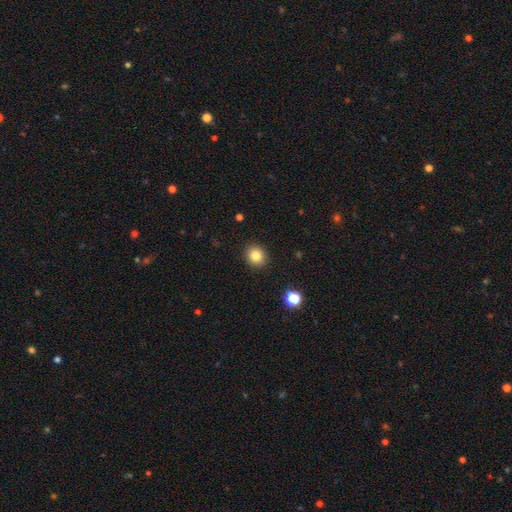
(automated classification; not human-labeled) smooth 83%, star or artifact 11%, featured or disk 6%. Down the decision tree: how rounded — round (76%); merging — none (91%).